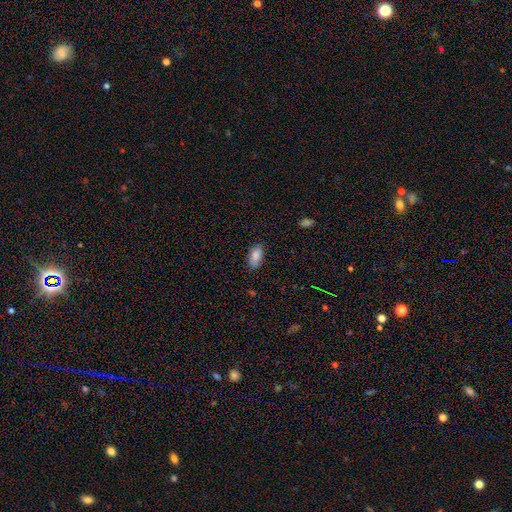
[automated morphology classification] smooth-or-featured: smooth: 84% | featured or disk: 8% | star or artifact: 7%
  how-rounded: in between: 92% | cigar-shaped: 5% | round: 3%
  merging: none: 79% | minor disturbance: 17% | major disturbance: 3% | merger: 1%